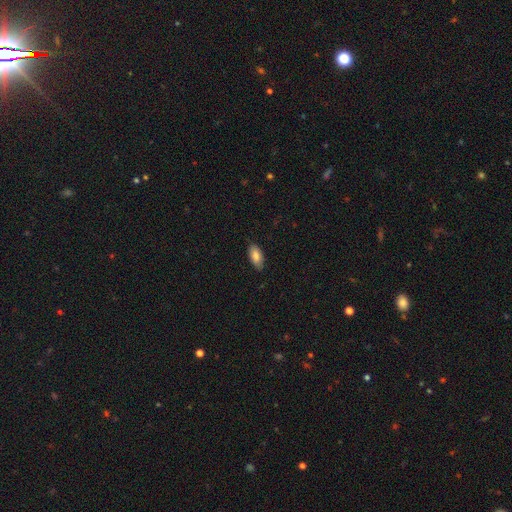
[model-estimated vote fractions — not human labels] Smooth or featured?
  - smooth: 82% *
  - featured or disk: 12%
  - star or artifact: 7%
How rounded?
  - in between: 92% *
  - cigar-shaped: 5%
  - round: 2%
Merging?
  - none: 83% *
  - minor disturbance: 14%
  - major disturbance: 2%
  - merger: 1%